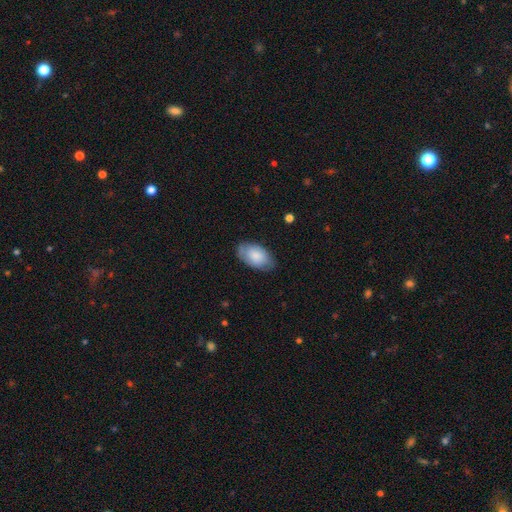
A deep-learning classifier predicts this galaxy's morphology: Smooth or featured?
  - smooth: 80% *
  - featured or disk: 14%
  - star or artifact: 6%
How rounded?
  - in between: 94% *
  - round: 4%
  - cigar-shaped: 1%
Merging?
  - none: 75% *
  - minor disturbance: 20%
  - major disturbance: 4%
  - merger: 1%